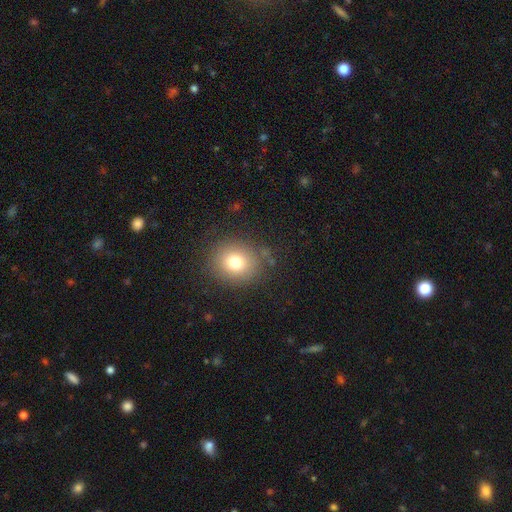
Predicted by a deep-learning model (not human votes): A smooth galaxy with no disk features (73%) that is round (79%). Merging: none (85%).